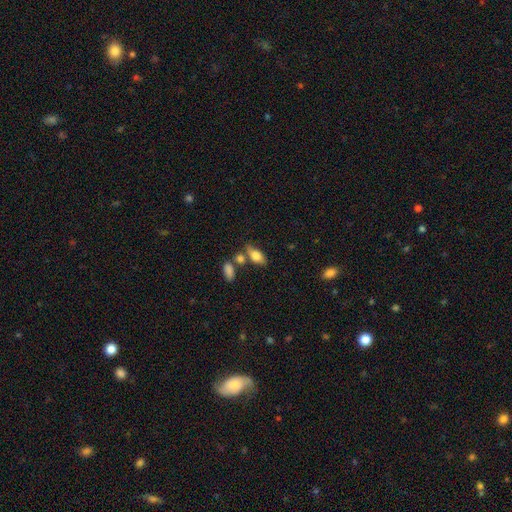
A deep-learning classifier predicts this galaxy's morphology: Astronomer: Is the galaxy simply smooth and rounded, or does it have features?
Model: smooth — 77%.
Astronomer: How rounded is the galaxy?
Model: in between — 84%.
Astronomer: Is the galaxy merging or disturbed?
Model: none — 58%.